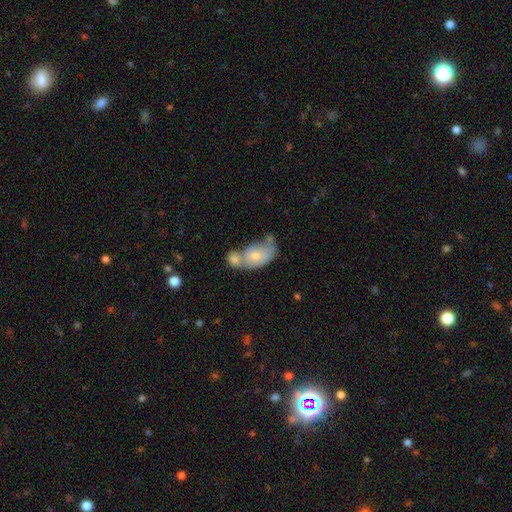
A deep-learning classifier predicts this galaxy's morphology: Smooth or featured? smooth (64%)
How rounded? in between (89%)
Merging? merger (60%)